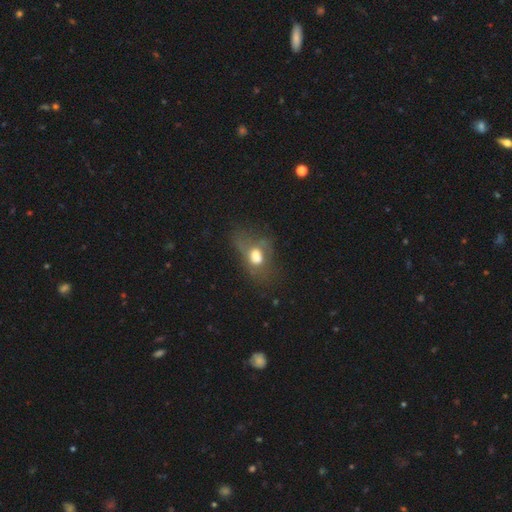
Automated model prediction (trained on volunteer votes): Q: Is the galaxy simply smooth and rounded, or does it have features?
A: smooth — 52%.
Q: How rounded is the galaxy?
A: in between — 70%.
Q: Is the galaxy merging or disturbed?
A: major disturbance — 44%.